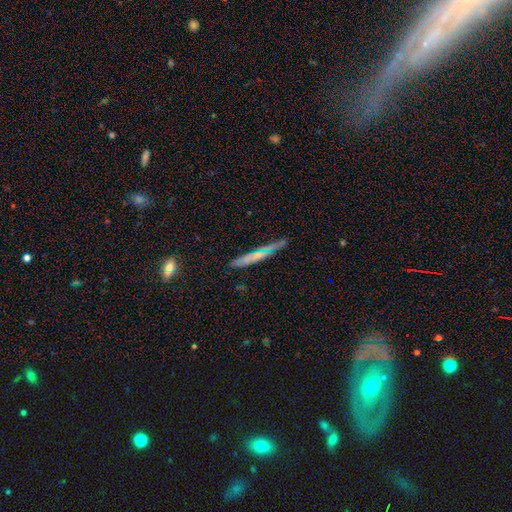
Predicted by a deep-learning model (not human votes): Morphology: type=featured or disk (48%); merging=none (78%).